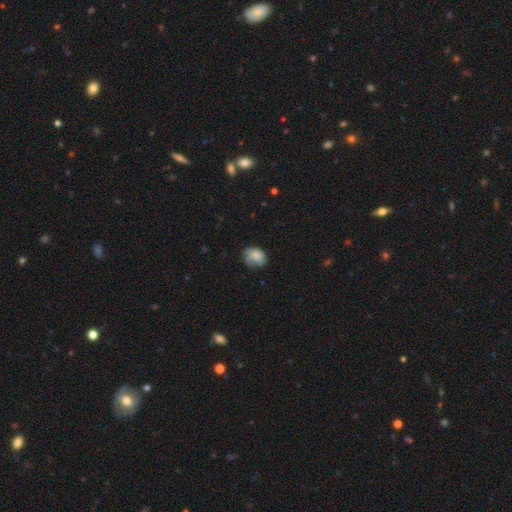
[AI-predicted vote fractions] Q: Smooth or featured?
A: smooth (78%); runner-up: featured or disk (14%)
Q: How rounded?
A: in between (53%); runner-up: round (46%)
Q: Merging?
A: none (55%); runner-up: minor disturbance (31%)